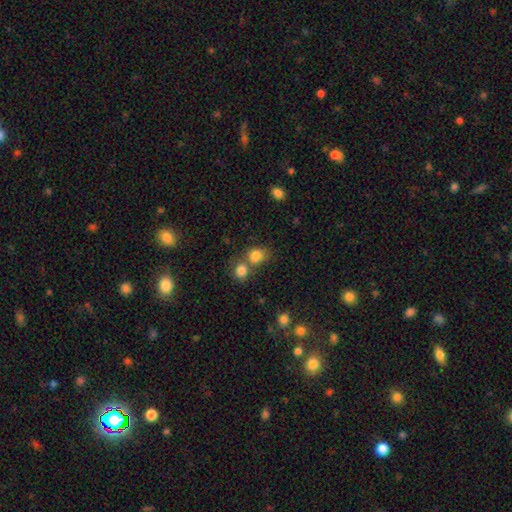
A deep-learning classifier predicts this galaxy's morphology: This appears to be a smooth galaxy with no disk features (81%) that is round (65%). Merging: none (45%).